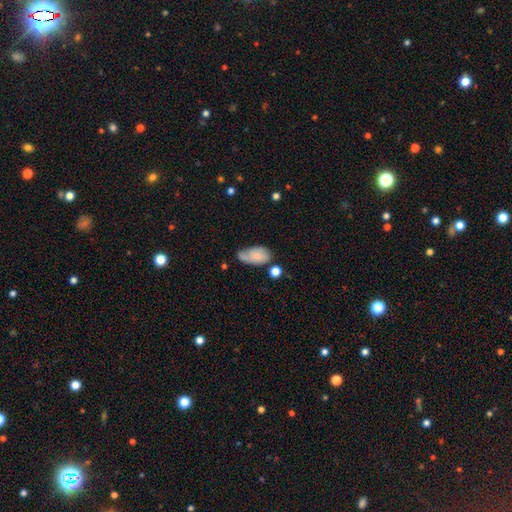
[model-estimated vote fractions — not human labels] Overall: smooth (65%; featured or disk 27%). How rounded: in between (91%). Merging: minor disturbance (37%; none 35%).